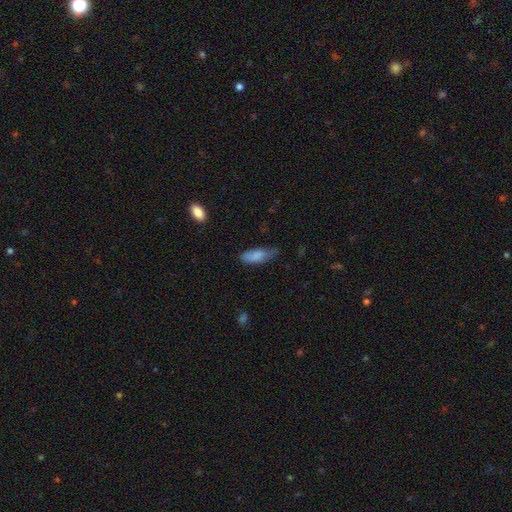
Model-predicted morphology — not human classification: type=smooth (81%); roundness=in between (71%); merging=none (50%).